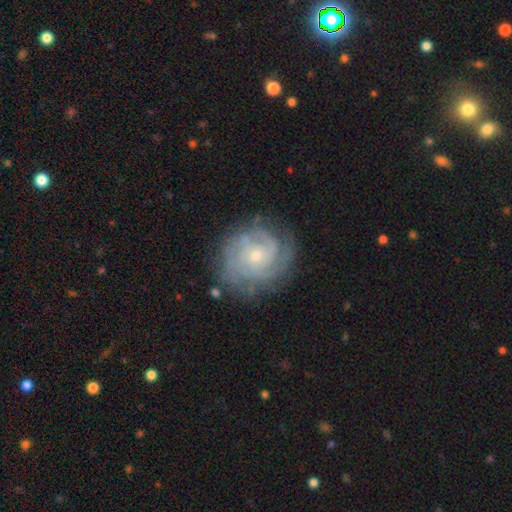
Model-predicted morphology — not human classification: type=featured or disk (85%); edge-on=no (98%); bar=no (75%); spiral arms=yes (96%); winding=tight (74%); arm count=can't tell (29%); bulge=small (67%); merging=none (76%).